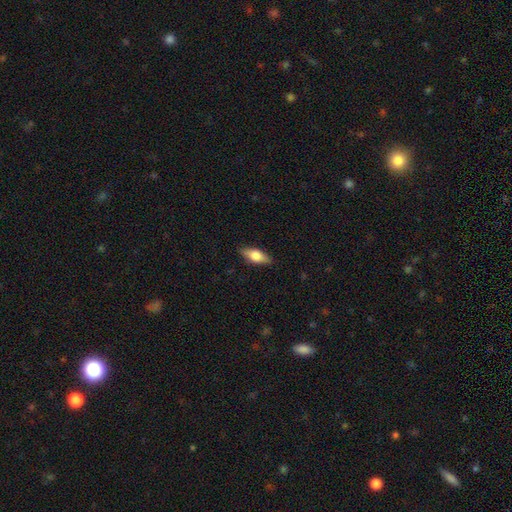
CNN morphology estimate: This is likely a smooth galaxy (67%). How rounded: likely in between (75%). Merging: clearly none (86%).